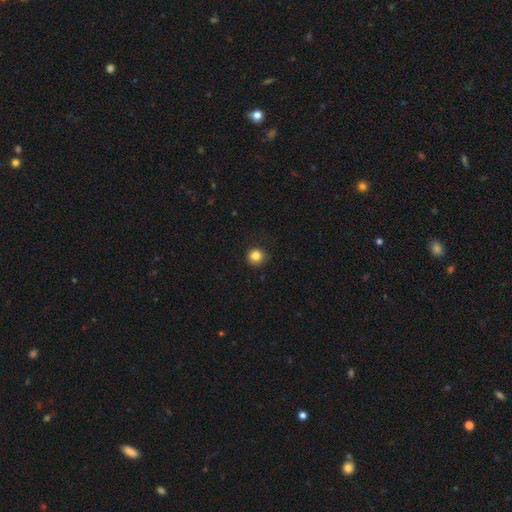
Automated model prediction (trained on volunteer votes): Morphology: type=smooth (84%); roundness=round (93%); merging=none (88%).